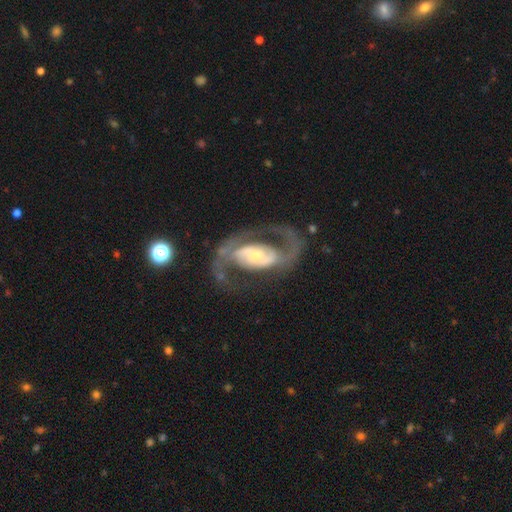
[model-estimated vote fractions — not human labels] Smooth or featured: featured or disk — 87% (smooth — 8%)
Edge-on disk: no — 96% (yes — 4%)
Bar: no — 34% (weak — 33%)
Spiral arms: yes — 89% (no — 11%)
Spiral winding: medium — 53% (loose — 31%)
Spiral arm count: 2 — 90% (can't tell — 4%)
Bulge size: small — 46% (moderate — 43%)
Merging: none — 68% (major disturbance — 17%)